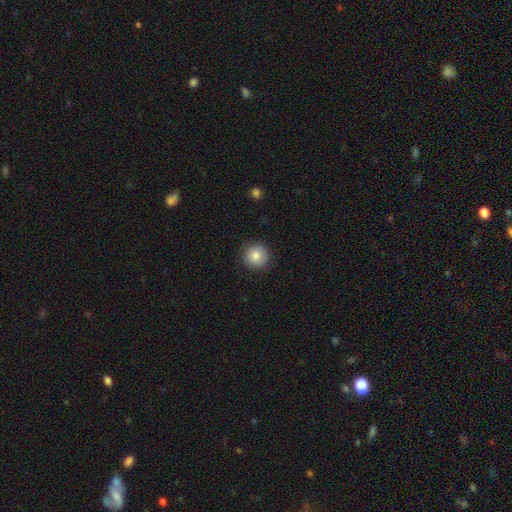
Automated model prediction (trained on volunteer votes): A smooth galaxy with no disk features (84%) that is round (94%). Merging: none (88%).